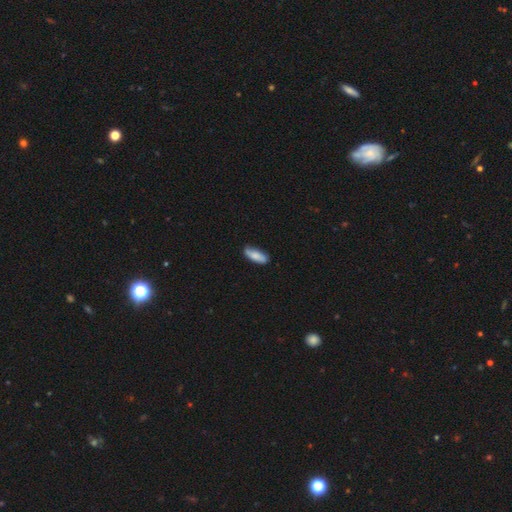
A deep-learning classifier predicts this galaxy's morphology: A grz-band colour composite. It shows a smooth galaxy with no disk features (79%) that is in between round and cigar-shaped (75%). Merging: none (73%).